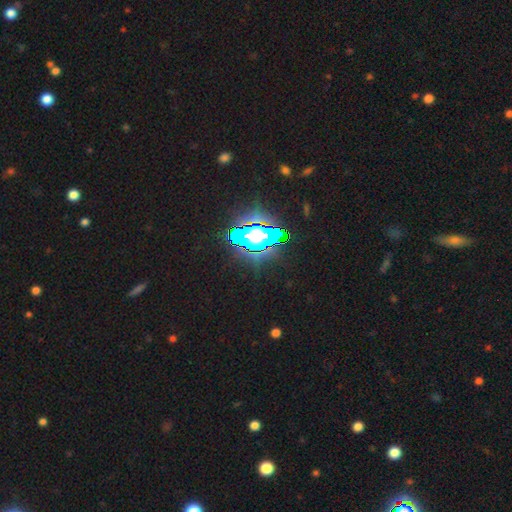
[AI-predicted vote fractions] The model was most divided on "smooth or featured": star or artifact: 62%, smooth: 20%, featured or disk: 18%.